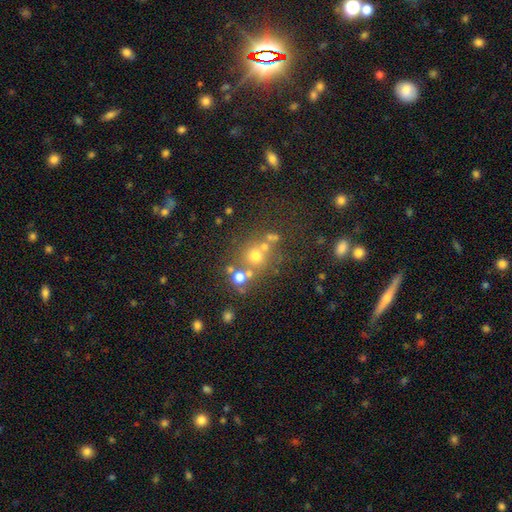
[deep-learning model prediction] Smooth or featured: smooth — 50% (star or artifact — 31%)
How rounded: round — 81% (in between — 18%)
Merging: none — 55% (merger — 29%)